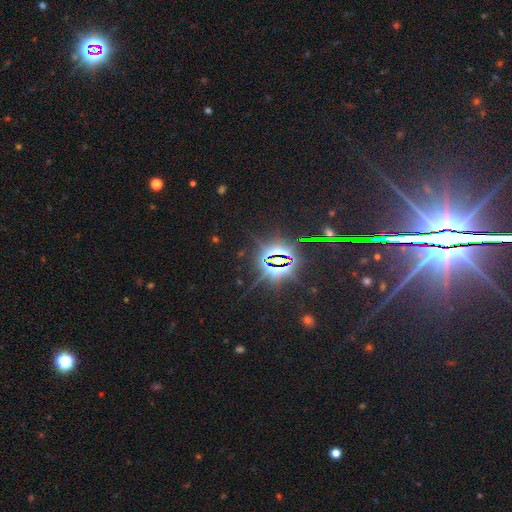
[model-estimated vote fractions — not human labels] Q: Smooth or featured?
A: star or artifact (83%); runner-up: featured or disk (10%)